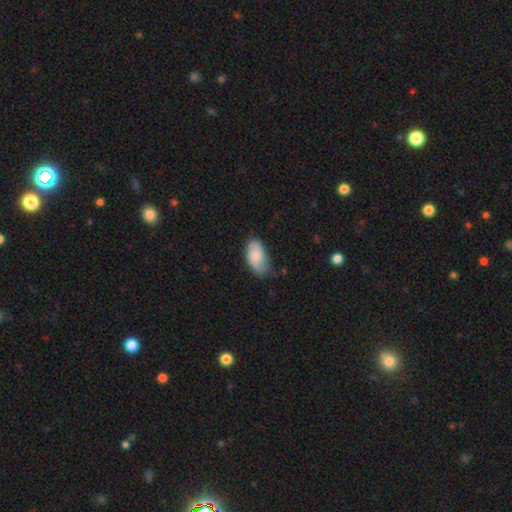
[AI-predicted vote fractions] A smooth galaxy with no disk features (78%) that is in between round and cigar-shaped (94%). Merging: none (66%).